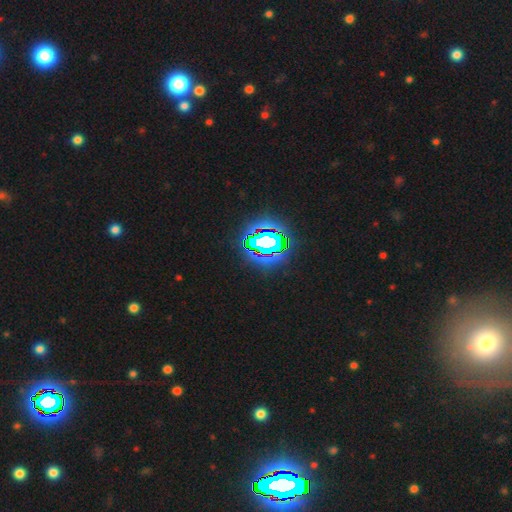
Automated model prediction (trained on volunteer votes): Smooth or featured? star or artifact (77%)